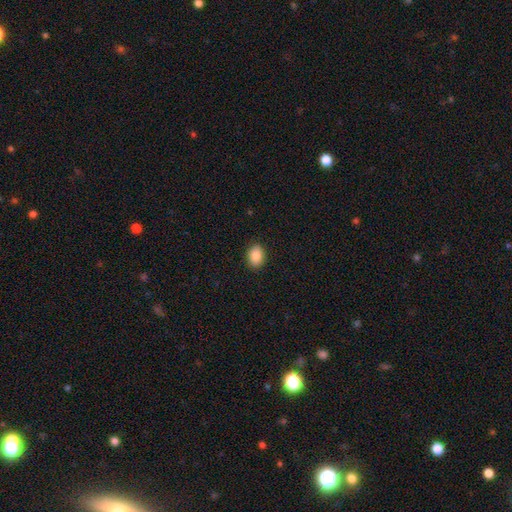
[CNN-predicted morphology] A smooth galaxy with no disk features (88%) that is in between round and cigar-shaped (70%).

Vote fractions:
- Smooth or featured? smooth: 88% / star or artifact: 8% / featured or disk: 5%
- How rounded? in between: 70% / round: 28% / cigar-shaped: 1%
- Merging? none: 91% / minor disturbance: 7% / major disturbance: 2% / merger: 1%